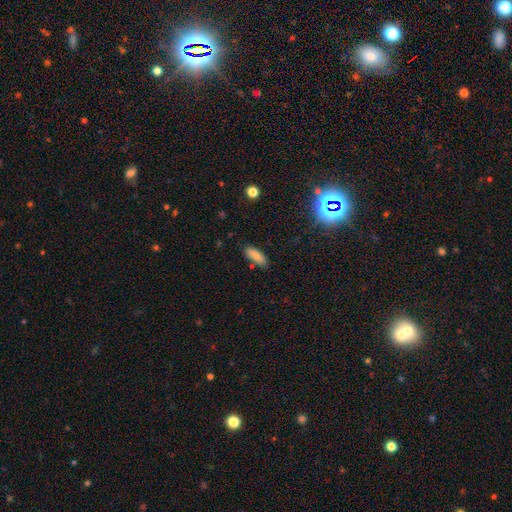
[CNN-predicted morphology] Overall: smooth (85%). How rounded: in between (64%; cigar-shaped 34%). Merging: none (80%).